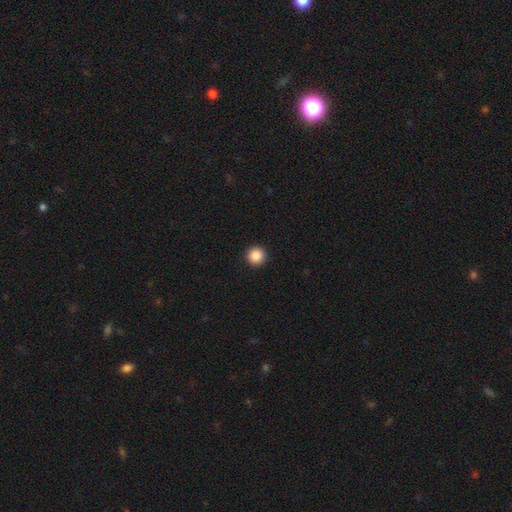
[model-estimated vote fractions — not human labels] A smooth galaxy with no disk features (87%) that is round (96%).

Vote fractions:
- Smooth or featured? smooth: 87% / star or artifact: 10% / featured or disk: 3%
- How rounded? round: 96% / in between: 3% / cigar-shaped: 1%
- Merging? none: 94% / minor disturbance: 4% / major disturbance: 1% / merger: 1%